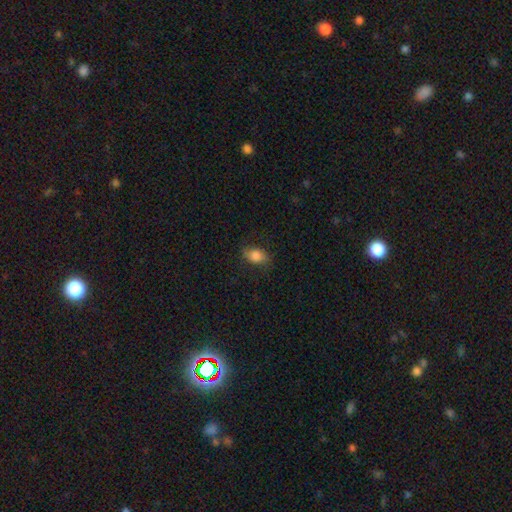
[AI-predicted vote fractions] Overall: smooth (78%). How rounded: in between (83%). Merging: none (75%).